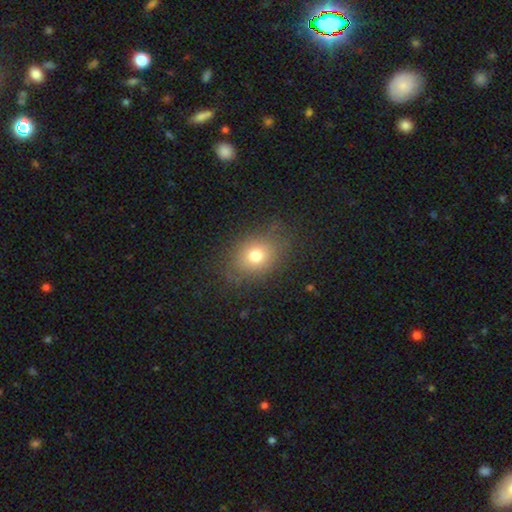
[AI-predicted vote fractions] smooth_or_featured: smooth (p=0.74) [alt: star or artifact p=0.13]
how_rounded: in between (p=0.55) [alt: round p=0.43]
merging: none (p=0.78) [alt: minor disturbance p=0.15]